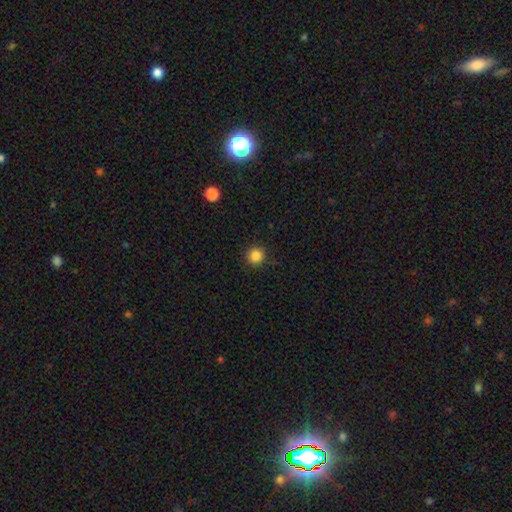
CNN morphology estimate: type=smooth (85%); roundness=round (95%); merging=none (91%).